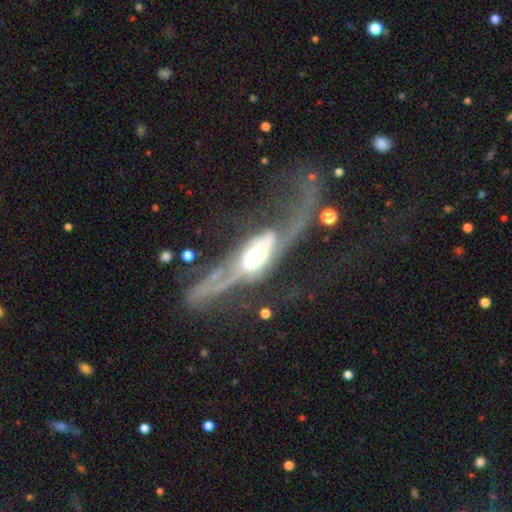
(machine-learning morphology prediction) This is likely a featured or disk galaxy (76%). It is likely not viewed edge-on (73%). Bar: possibly no (55%). Spiral arm pattern: likely yes (69%). Central bulge: possibly moderate (49%). Merging: possibly major disturbance (52%).